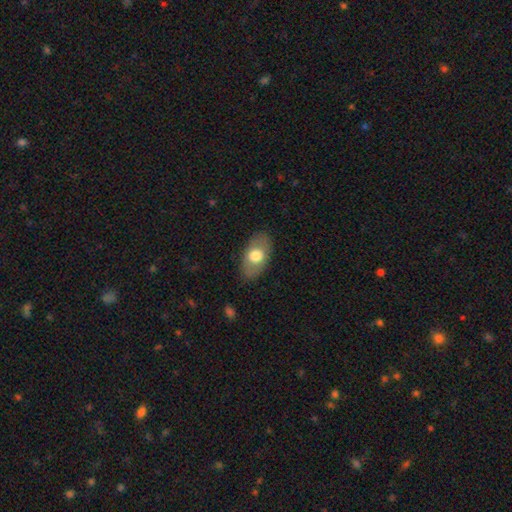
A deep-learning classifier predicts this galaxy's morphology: Smooth or featured? Predicted: smooth (p=0.66). How rounded? Predicted: in between (p=0.91). Merging? Predicted: none (p=0.83).